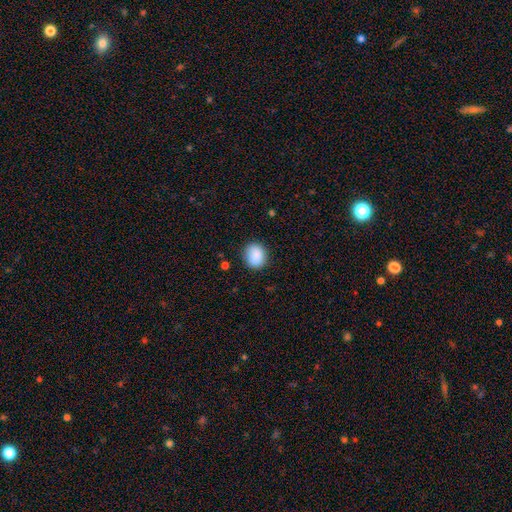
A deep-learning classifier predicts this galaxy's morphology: This appears to be a smooth galaxy with no disk features (89%) that is round (62%). Merging: none (84%).